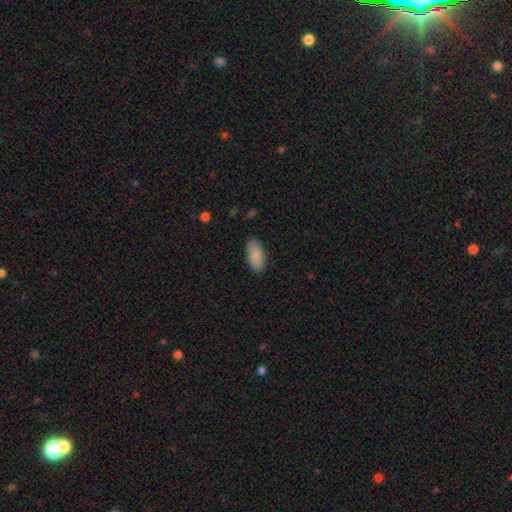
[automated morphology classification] smooth_or_featured: smooth (p=0.85) [alt: featured or disk p=0.09]
how_rounded: in between (p=0.93) [alt: cigar-shaped p=0.05]
merging: none (p=0.86) [alt: minor disturbance p=0.11]